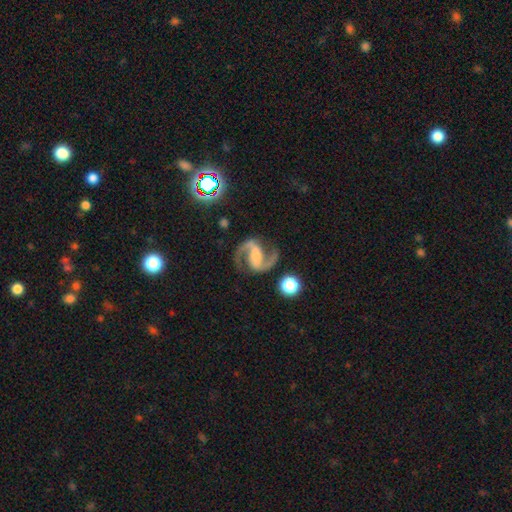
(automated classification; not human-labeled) Morphology: type=featured or disk (92%); edge-on=no (98%); bar=strong (42%); spiral arms=yes (98%); winding=medium (62%); arm count=2 (95%); bulge=small (35%); merging=none (80%).